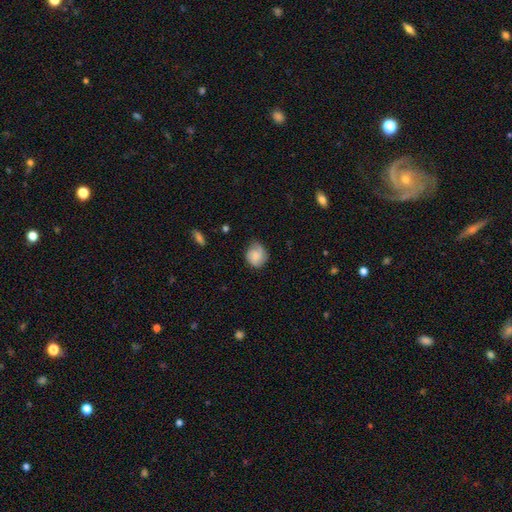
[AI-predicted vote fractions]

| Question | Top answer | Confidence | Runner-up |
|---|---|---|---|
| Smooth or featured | smooth | 65% | featured or disk (27%) |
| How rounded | round | 74% | in between (25%) |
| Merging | none | 66% | minor disturbance (26%) |